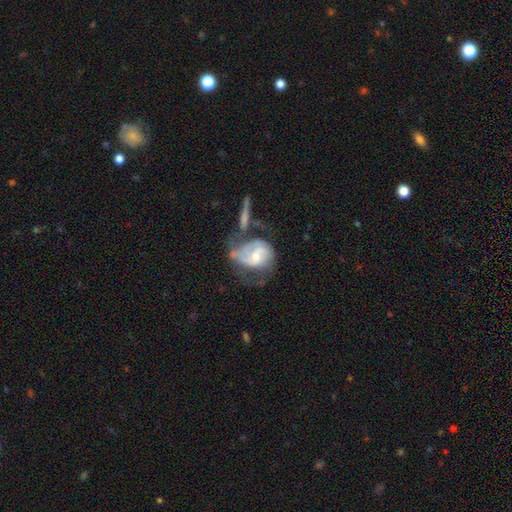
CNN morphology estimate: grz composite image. It shows a featured or disk galaxy (70%) with no bar (50%), 2 (56%) medium (43%) spiral arms (84%) and a moderate central bulge (49%). Merging: major disturbance (28%).